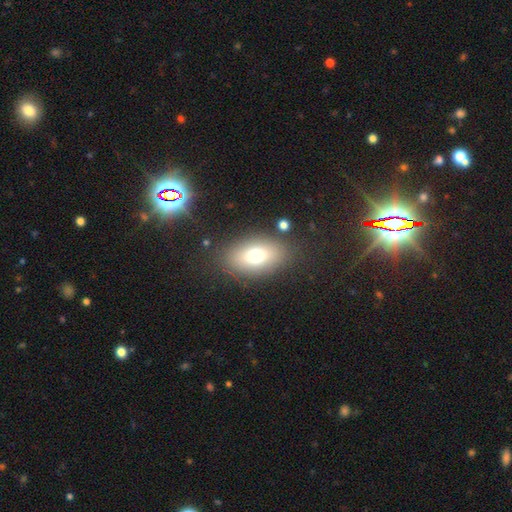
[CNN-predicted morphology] Smooth or featured?
  - smooth: 73% *
  - featured or disk: 16%
  - star or artifact: 12%
How rounded?
  - in between: 83% *
  - round: 14%
  - cigar-shaped: 3%
Merging?
  - none: 82% *
  - minor disturbance: 10%
  - major disturbance: 5%
  - merger: 3%